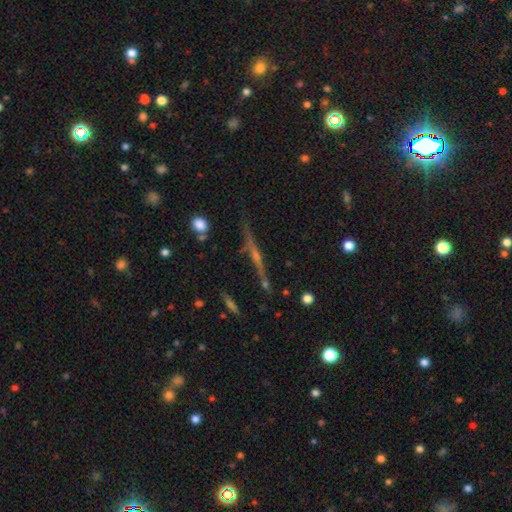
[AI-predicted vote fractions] Smooth or featured? featured or disk (72%)
Edge-on disk? yes (96%)
Edge-on bulge? rounded (66%)
Merging? none (84%)